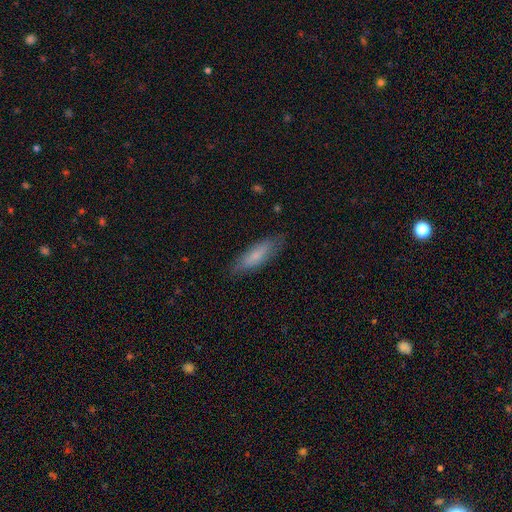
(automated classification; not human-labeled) Q: Smooth or featured?
A: smooth (73%); runner-up: featured or disk (21%)
Q: How rounded?
A: cigar-shaped (53%); runner-up: in between (45%)
Q: Merging?
A: none (82%); runner-up: minor disturbance (14%)